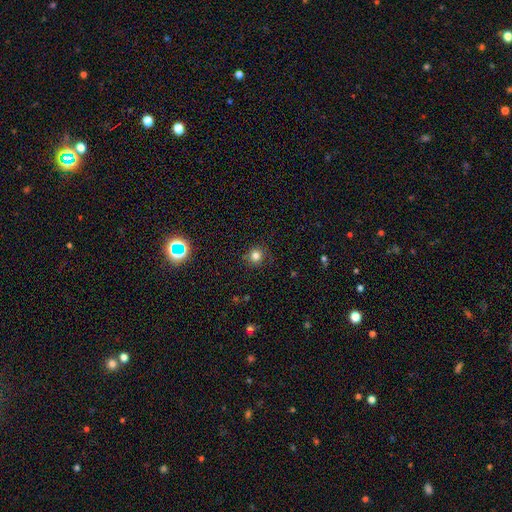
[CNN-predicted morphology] Smooth or featured?
  - smooth: 78% *
  - star or artifact: 16%
  - featured or disk: 6%
How rounded?
  - round: 91% *
  - in between: 8%
  - cigar-shaped: 1%
Merging?
  - none: 84% *
  - minor disturbance: 11%
  - major disturbance: 3%
  - merger: 1%